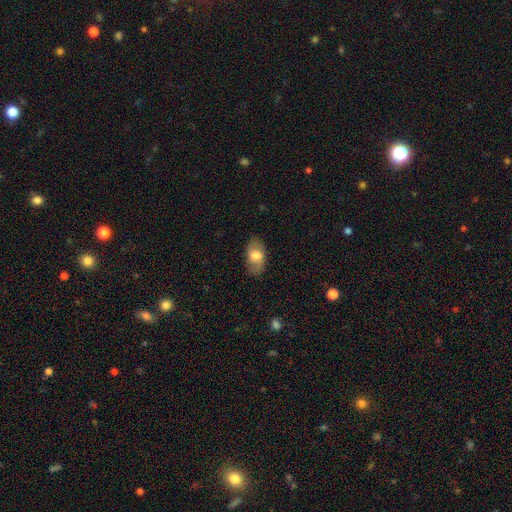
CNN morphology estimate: Overall: smooth (68%). How rounded: in between (90%). Merging: none (80%).